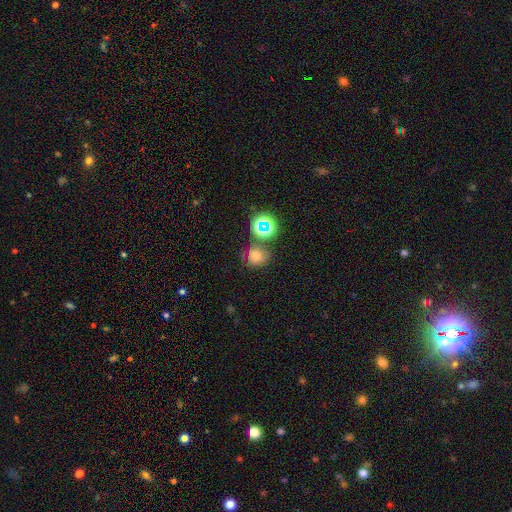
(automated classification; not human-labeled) smooth 66%, star or artifact 22%, featured or disk 12%. Down the decision tree: how rounded — round (78%); merging — none (63%).